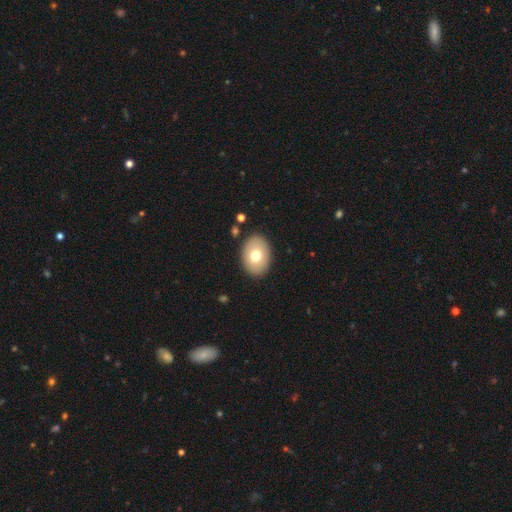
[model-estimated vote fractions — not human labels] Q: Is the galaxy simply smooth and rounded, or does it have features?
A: smooth — 73%.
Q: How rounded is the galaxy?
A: in between — 77%.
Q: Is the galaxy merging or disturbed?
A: none — 89%.